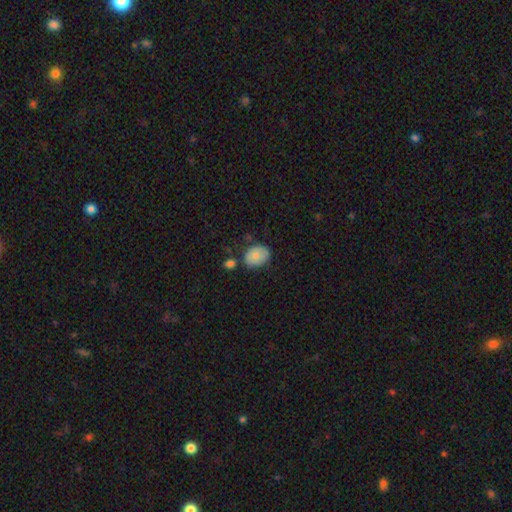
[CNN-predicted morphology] smooth_or_featured: smooth (p=0.80) [alt: featured or disk p=0.13]
how_rounded: in between (p=0.67) [alt: round p=0.32]
merging: none (p=0.65) [alt: minor disturbance p=0.23]